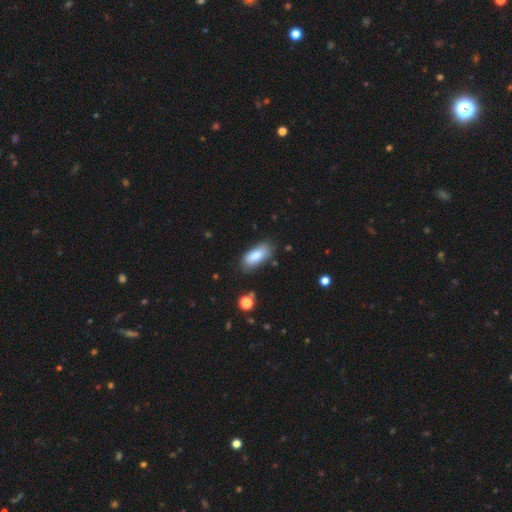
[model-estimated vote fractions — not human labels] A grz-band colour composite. It shows a smooth galaxy with no disk features (85%) that is in between round and cigar-shaped (87%). Merging: none (78%).